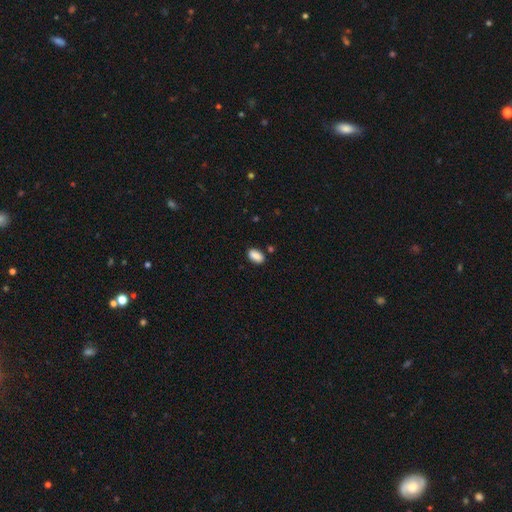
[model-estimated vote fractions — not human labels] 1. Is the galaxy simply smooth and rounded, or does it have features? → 88% smooth, 8% star or artifact, 5% featured or disk.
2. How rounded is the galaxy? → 91% in between, 5% round, 3% cigar-shaped.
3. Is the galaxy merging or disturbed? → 84% none, 11% minor disturbance, 3% merger, 2% major disturbance.